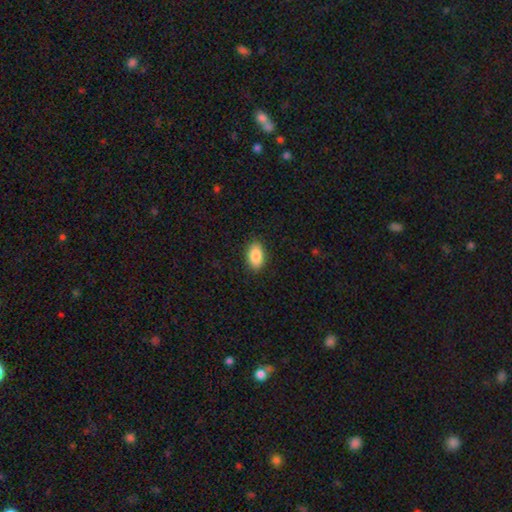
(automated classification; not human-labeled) Q: Smooth or featured?
A: smooth (88%); runner-up: star or artifact (7%)
Q: How rounded?
A: in between (93%); runner-up: round (5%)
Q: Merging?
A: none (88%); runner-up: minor disturbance (9%)